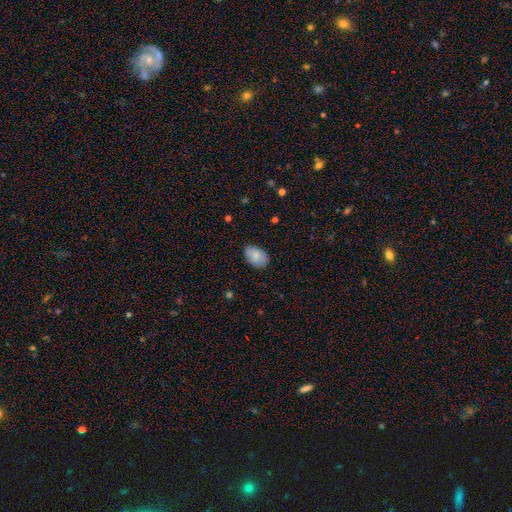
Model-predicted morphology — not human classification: Q: Smooth or featured?
A: smooth (84%); runner-up: featured or disk (10%)
Q: How rounded?
A: in between (87%); runner-up: round (11%)
Q: Merging?
A: none (81%); runner-up: minor disturbance (15%)